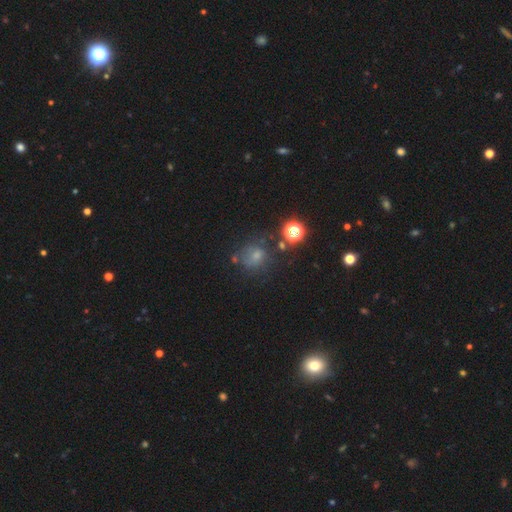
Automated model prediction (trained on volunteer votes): A smooth galaxy with no disk features (47%).

Vote fractions:
- Smooth or featured? smooth: 47% / star or artifact: 36% / featured or disk: 17%
- Merging? none: 67% / minor disturbance: 16% / major disturbance: 9% / merger: 8%